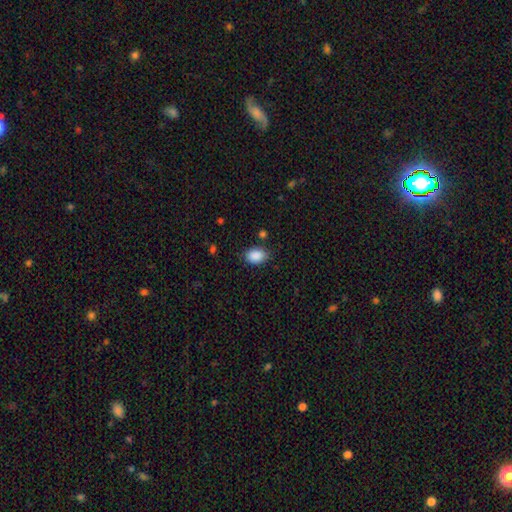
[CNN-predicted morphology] type=smooth (89%); roundness=in between (82%); merging=none (82%).